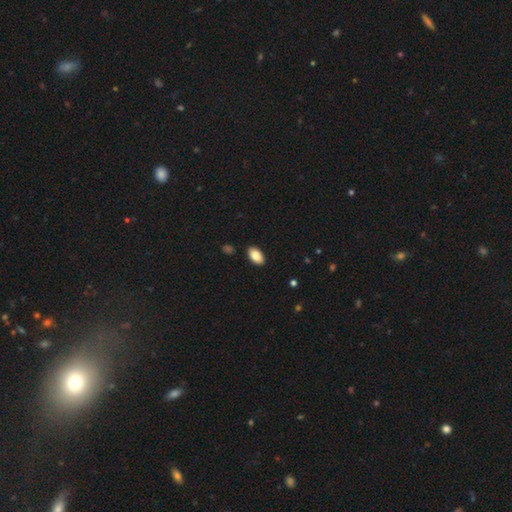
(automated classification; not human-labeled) smooth_or_featured: smooth (p=0.85) [alt: featured or disk p=0.08]
how_rounded: in between (p=0.94) [alt: round p=0.04]
merging: none (p=0.89) [alt: minor disturbance p=0.08]